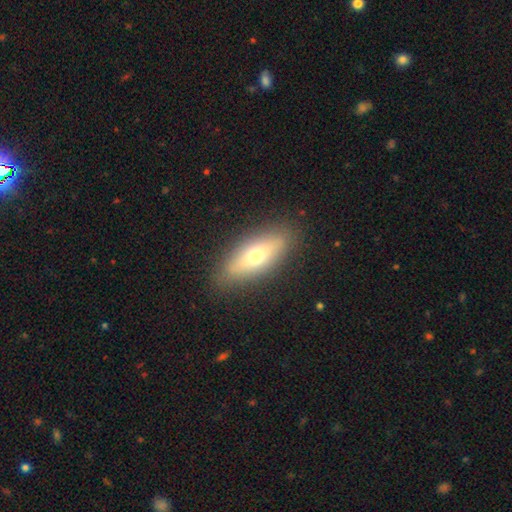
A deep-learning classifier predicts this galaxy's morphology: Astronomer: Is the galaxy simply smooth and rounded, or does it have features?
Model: smooth — 60%.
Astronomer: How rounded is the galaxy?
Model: in between — 64%.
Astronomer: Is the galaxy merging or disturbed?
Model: none — 88%.